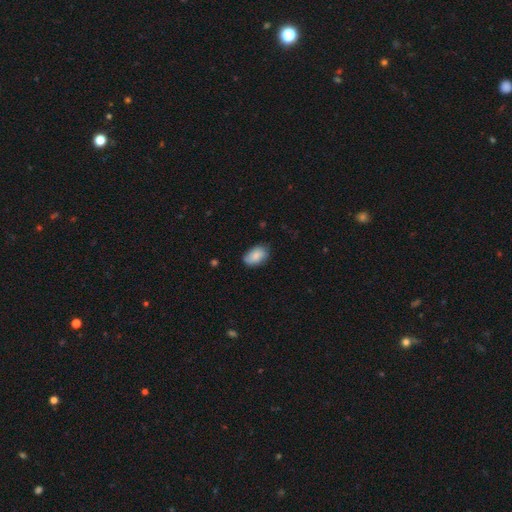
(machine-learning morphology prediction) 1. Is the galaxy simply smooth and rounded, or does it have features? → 83% smooth, 10% featured or disk, 7% star or artifact.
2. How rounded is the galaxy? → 90% in between, 8% round, 2% cigar-shaped.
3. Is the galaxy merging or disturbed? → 75% none, 20% minor disturbance, 3% major disturbance, 1% merger.